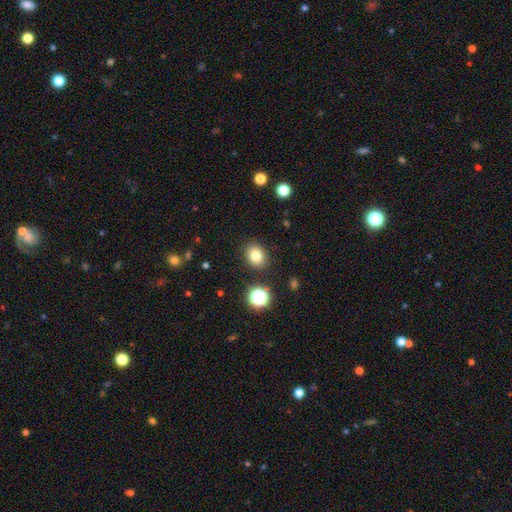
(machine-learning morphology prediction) type=smooth (80%); roundness=round (56%); merging=none (87%).